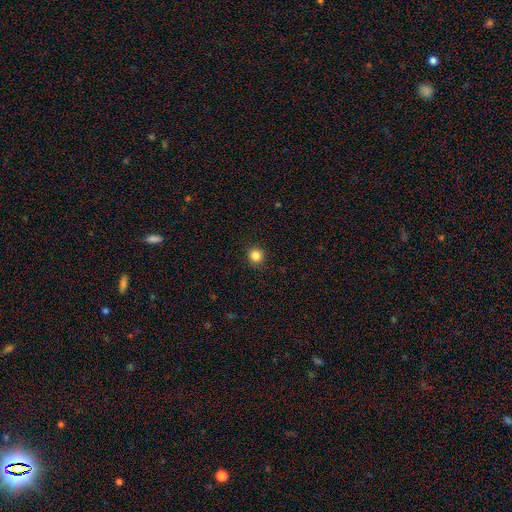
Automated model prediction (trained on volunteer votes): This is clearly a smooth galaxy (84%). How rounded: clearly round (94%). Merging: clearly none (92%).